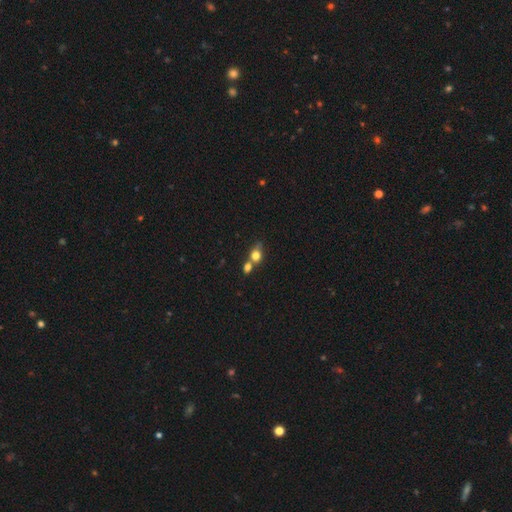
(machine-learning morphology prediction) smooth 73%, featured or disk 16%, star or artifact 12%. Down the decision tree: how rounded — round (52%); merging — merger (52%).